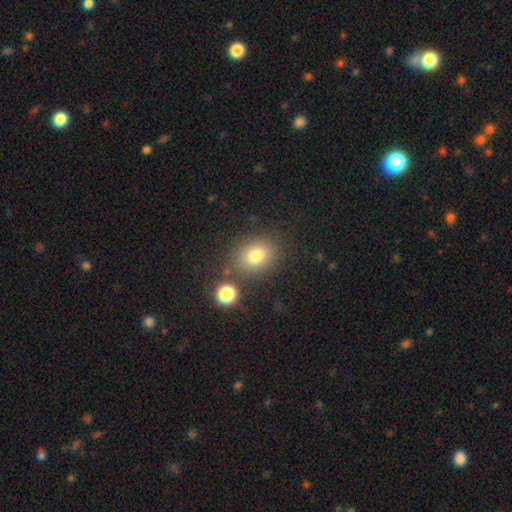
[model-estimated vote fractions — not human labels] smooth_or_featured: smooth (p=0.77) [alt: star or artifact p=0.14]
how_rounded: round (p=0.51) [alt: in between p=0.48]
merging: none (p=0.77) [alt: minor disturbance p=0.12]